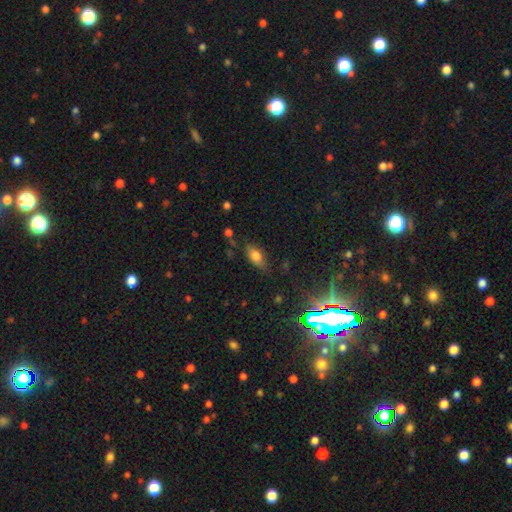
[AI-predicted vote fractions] smooth-or-featured: smooth: 76% | featured or disk: 13% | star or artifact: 11%
  how-rounded: in between: 85% | cigar-shaped: 10% | round: 5%
  merging: none: 71% | minor disturbance: 21% | major disturbance: 5% | merger: 3%